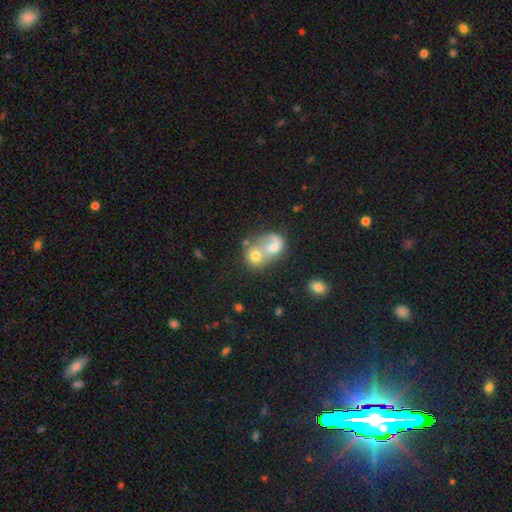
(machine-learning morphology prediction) Smooth or featured: smooth — 58% (featured or disk — 32%)
How rounded: round — 63% (in between — 36%)
Merging: merger — 74% (none — 14%)